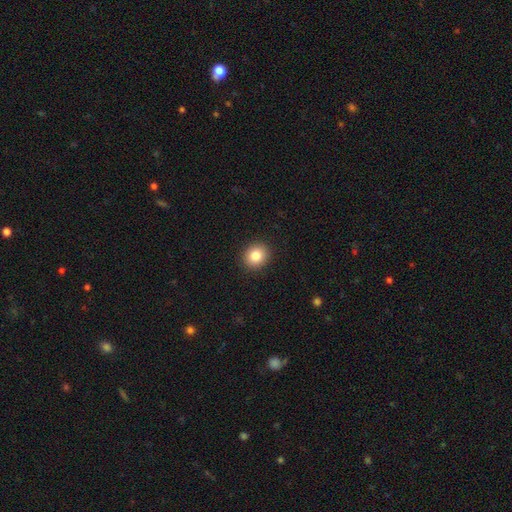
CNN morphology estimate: Overall: smooth (84%). How rounded: round (75%). Merging: none (91%).